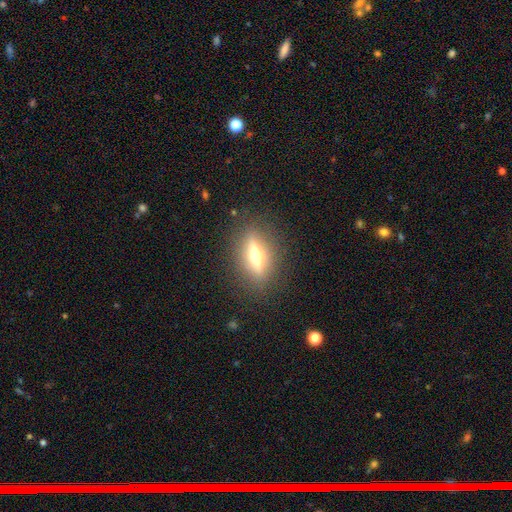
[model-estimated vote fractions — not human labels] Overall: featured or disk (65%; smooth 27%). Edge-on disk: yes (85%). Edge-on bulge: rounded (93%). Merging: none (87%).